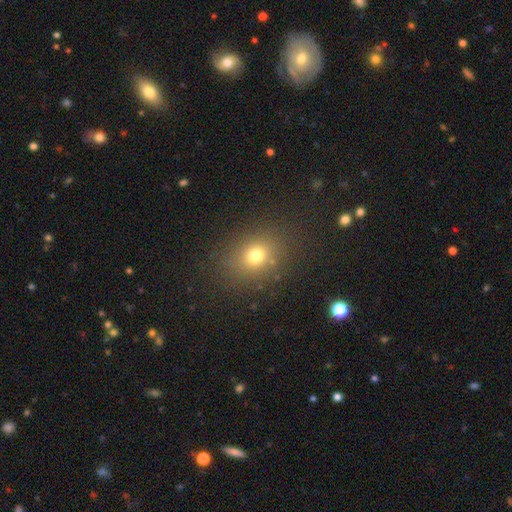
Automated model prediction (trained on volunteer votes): Morphology: type=smooth (74%); roundness=round (55%); merging=none (83%).